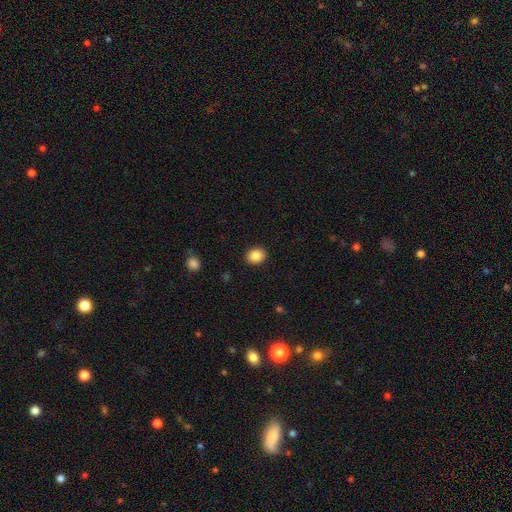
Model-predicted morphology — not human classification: This is clearly a smooth galaxy (86%). How rounded: possibly round (57%). Merging: clearly none (91%).